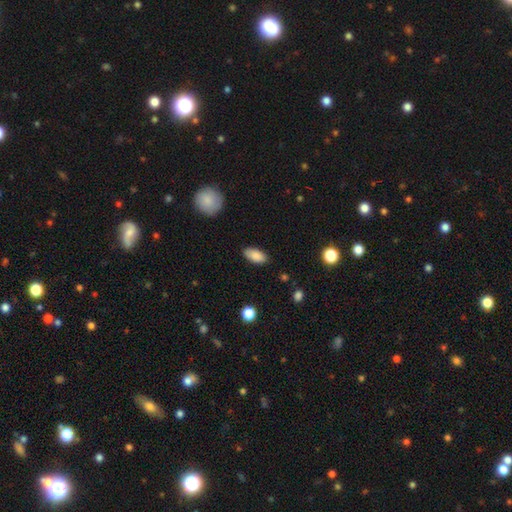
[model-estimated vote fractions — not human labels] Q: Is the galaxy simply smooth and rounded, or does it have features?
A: smooth — 88%.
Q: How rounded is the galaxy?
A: in between — 91%.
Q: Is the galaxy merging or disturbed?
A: none — 85%.